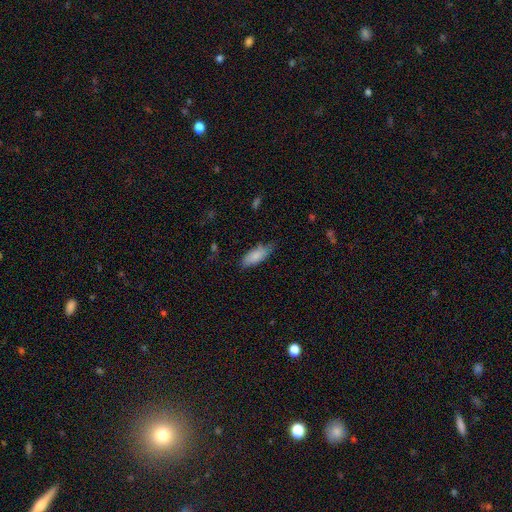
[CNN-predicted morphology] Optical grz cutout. It shows a smooth galaxy with no disk features (85%) that is in between round and cigar-shaped (81%). Merging: none (63%).